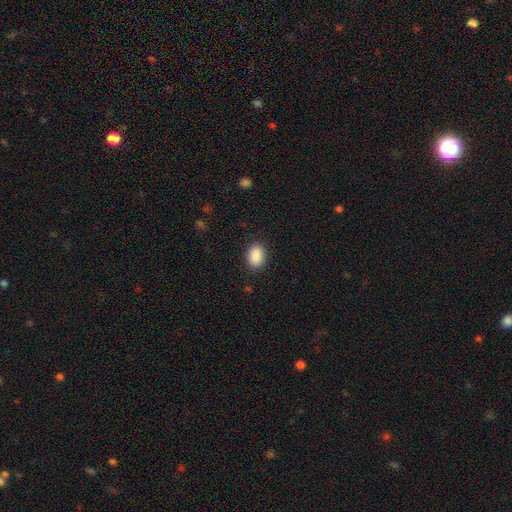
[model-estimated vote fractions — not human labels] smooth 90%, star or artifact 8%, featured or disk 3%. Down the decision tree: how rounded — in between (84%); merging — none (88%).